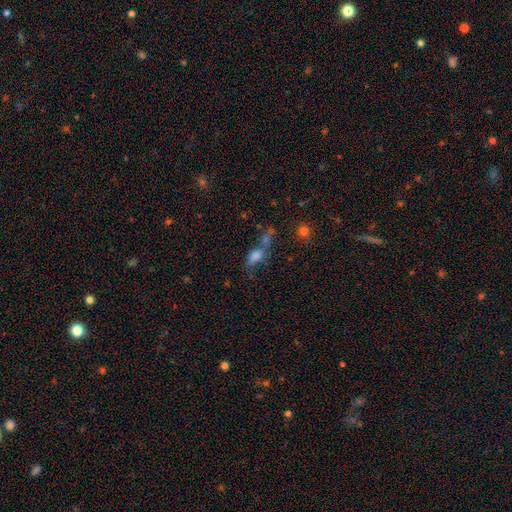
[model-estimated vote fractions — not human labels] Q: Smooth or featured?
A: smooth (69%); runner-up: star or artifact (16%)
Q: How rounded?
A: in between (76%); runner-up: round (15%)
Q: Merging?
A: merger (34%); runner-up: none (33%)